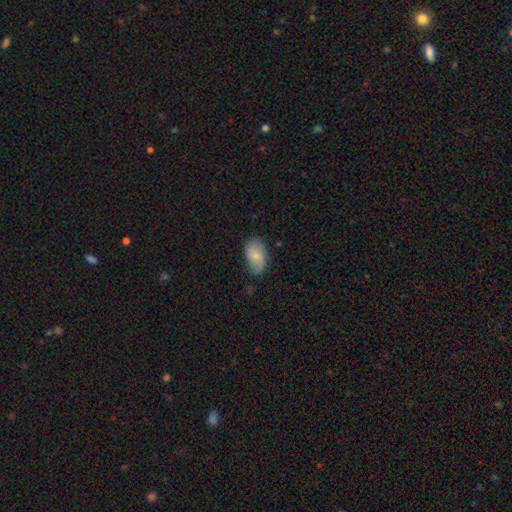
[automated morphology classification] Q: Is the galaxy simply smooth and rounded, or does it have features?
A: smooth — 75%.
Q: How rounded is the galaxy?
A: in between — 93%.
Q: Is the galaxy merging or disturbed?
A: none — 70%.